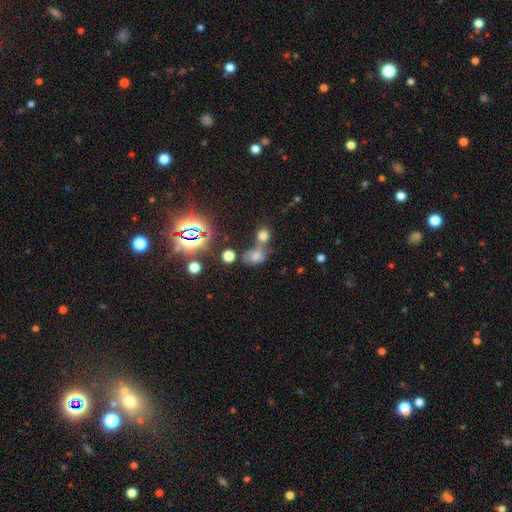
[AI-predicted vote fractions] Overall: star or artifact (47%; smooth 37%).